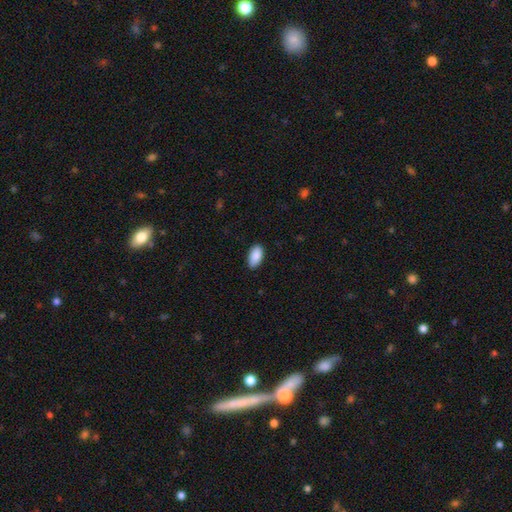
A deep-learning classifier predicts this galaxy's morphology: This appears to be a smooth galaxy with no disk features (89%) that is in between round and cigar-shaped (95%). Merging: none (85%).